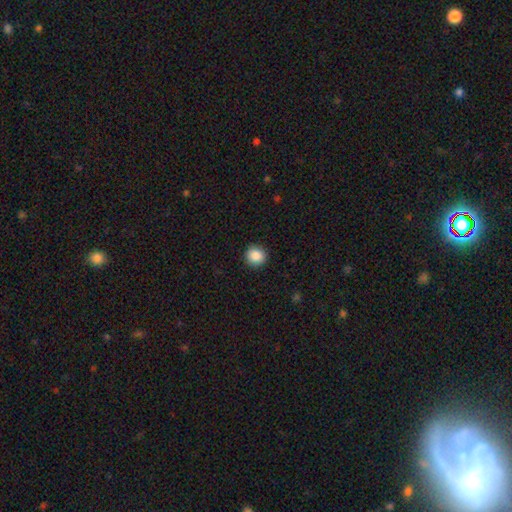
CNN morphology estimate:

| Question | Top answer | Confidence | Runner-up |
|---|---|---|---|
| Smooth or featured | smooth | 88% | star or artifact (9%) |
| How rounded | round | 91% | in between (8%) |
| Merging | none | 91% | minor disturbance (6%) |